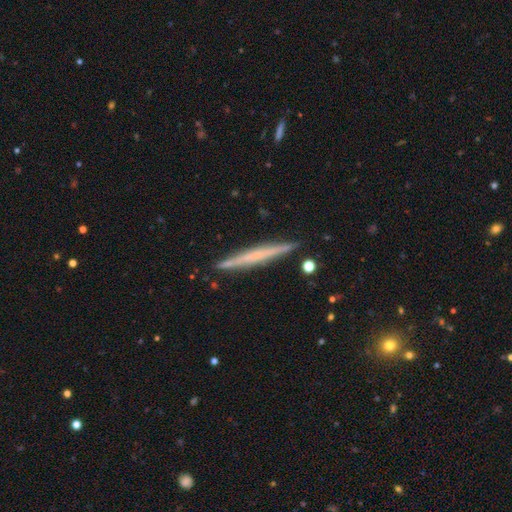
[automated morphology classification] This is possibly a featured or disk galaxy (54%). It is clearly viewed edge-on (97%). Edge-on bulge: likely none (79%). Merging: clearly none (89%).